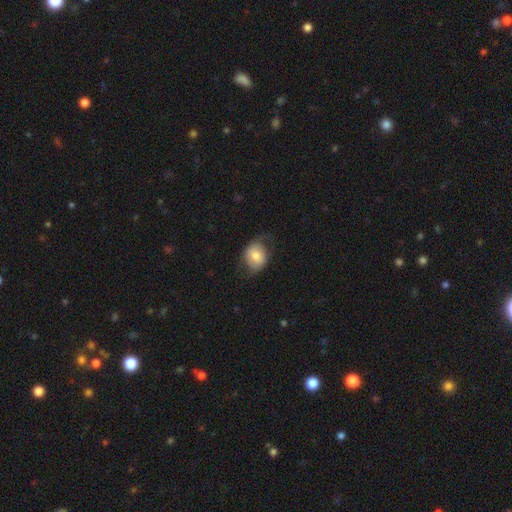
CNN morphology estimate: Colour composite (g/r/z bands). It shows a smooth galaxy with no disk features (66%) that is round (52%). Merging: none (60%).